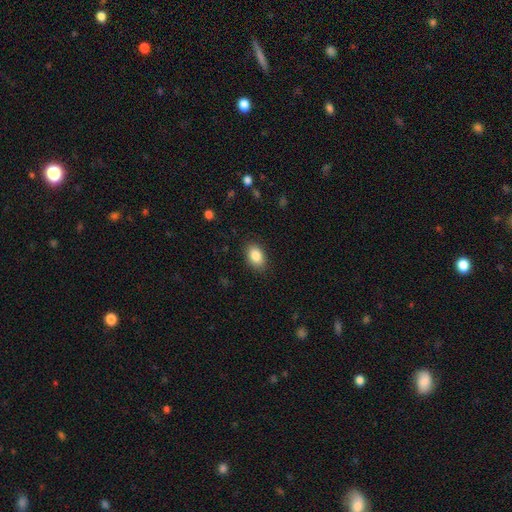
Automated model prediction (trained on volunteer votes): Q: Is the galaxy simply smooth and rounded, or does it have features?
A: smooth — 86%.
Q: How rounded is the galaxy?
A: in between — 88%.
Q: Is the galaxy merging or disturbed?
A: none — 87%.